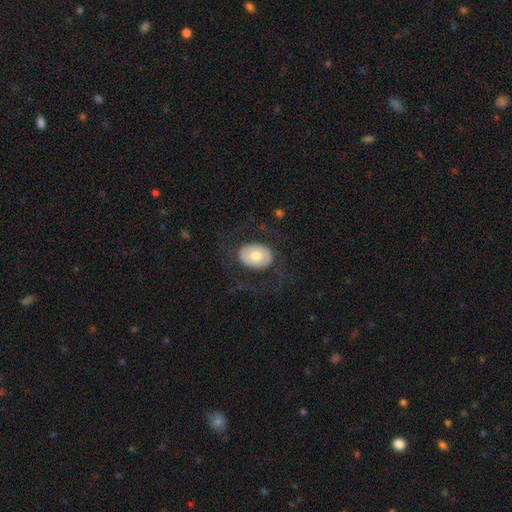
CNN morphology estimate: smooth-or-featured: smooth: 64% | featured or disk: 30% | star or artifact: 6%
  how-rounded: in between: 73% | round: 26% | cigar-shaped: 1%
  merging: none: 72% | major disturbance: 15% | minor disturbance: 12% | merger: 1%